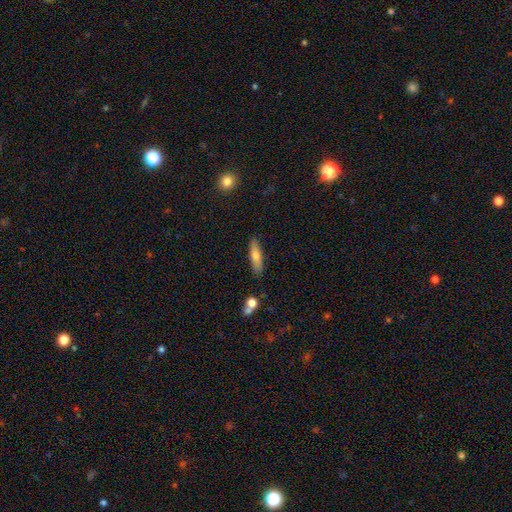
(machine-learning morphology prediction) Smooth or featured? Predicted: smooth (p=0.67). How rounded? Predicted: cigar-shaped (p=0.71). Merging? Predicted: none (p=0.83).